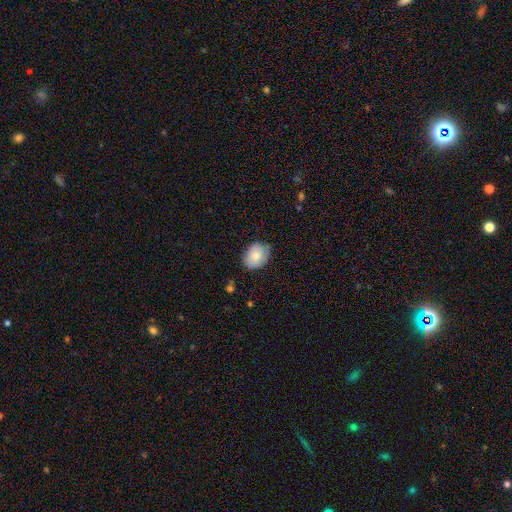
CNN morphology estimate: The model was most divided on "how rounded": in between: 58%, round: 41%, cigar-shaped: 1%. More confident: smooth or featured — smooth (80%); merging — none (75%).